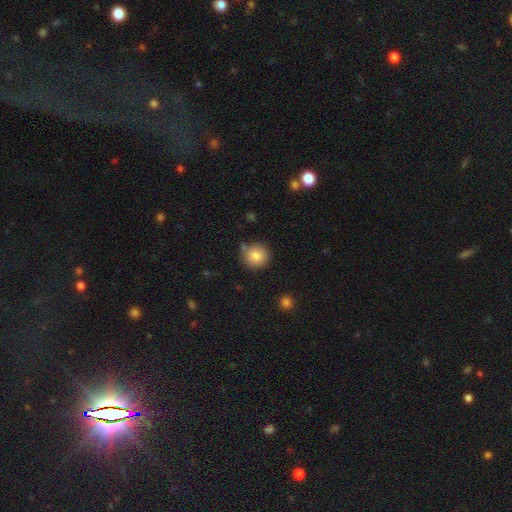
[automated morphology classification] Q: Smooth or featured?
A: smooth (84%); runner-up: star or artifact (9%)
Q: How rounded?
A: round (92%); runner-up: in between (7%)
Q: Merging?
A: none (79%); runner-up: minor disturbance (12%)